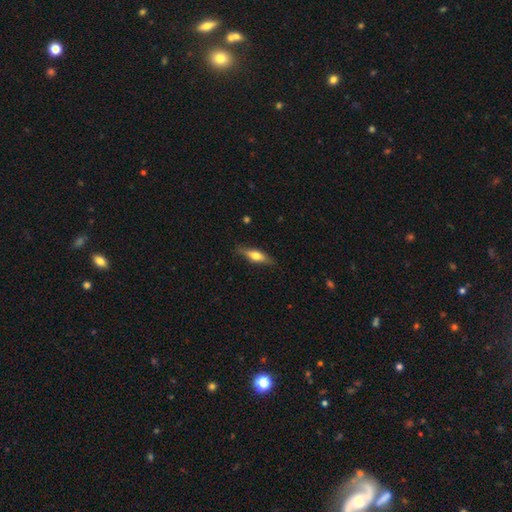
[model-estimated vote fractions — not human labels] Smooth or featured? Predicted: smooth (p=0.53). How rounded? Predicted: cigar-shaped (p=0.56). Merging? Predicted: none (p=0.84).